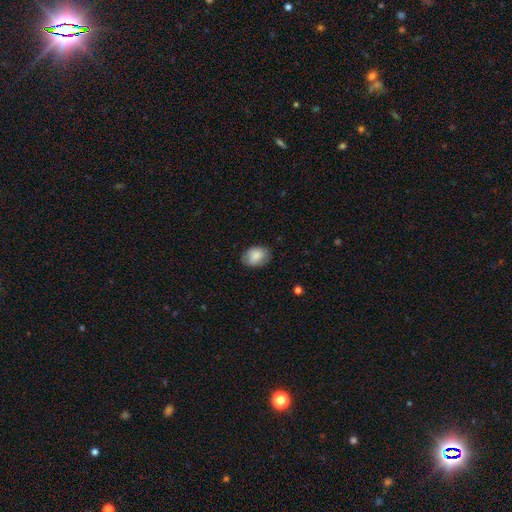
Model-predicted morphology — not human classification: smooth_or_featured: smooth (p=0.83) [alt: featured or disk p=0.09]
how_rounded: in between (p=0.75) [alt: round p=0.23]
merging: none (p=0.75) [alt: minor disturbance p=0.20]